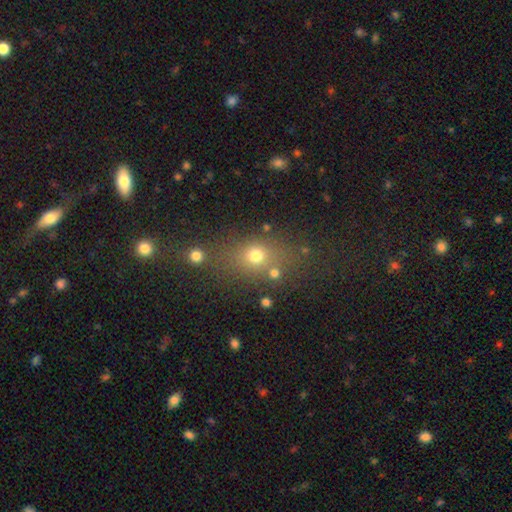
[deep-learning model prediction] A smooth galaxy with no disk features (67%) that is round (54%). Merging: none (64%).